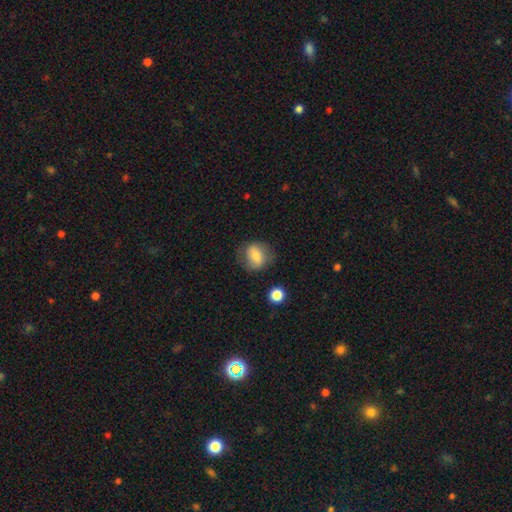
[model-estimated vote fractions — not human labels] Smooth or featured? smooth (71%)
How rounded? round (59%)
Merging? none (73%)